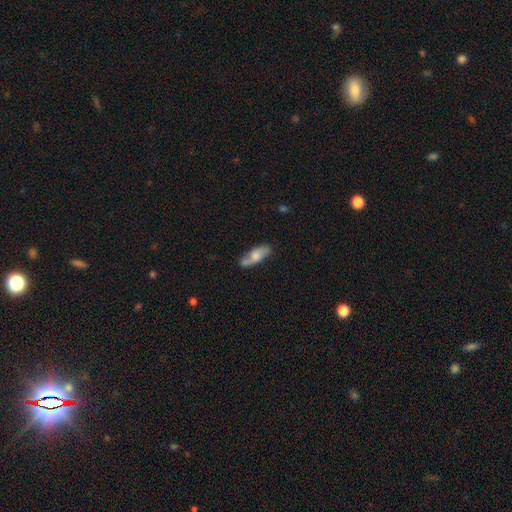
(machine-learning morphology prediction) A smooth galaxy with no disk features (60%) that is in between round and cigar-shaped (61%). Merging: none (66%).